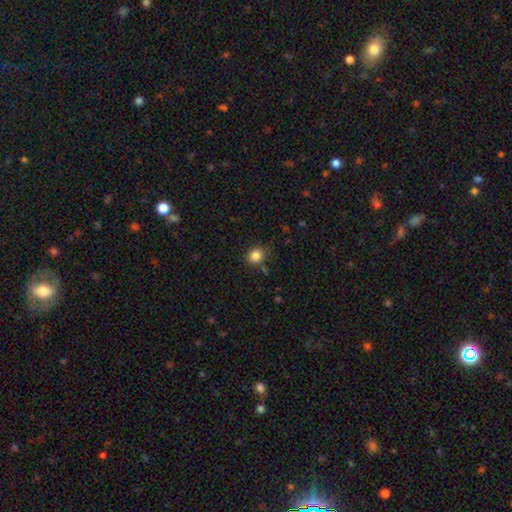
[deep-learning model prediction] Smooth or featured: smooth — 84% (star or artifact — 11%)
How rounded: round — 81% (in between — 19%)
Merging: none — 82% (minor disturbance — 12%)